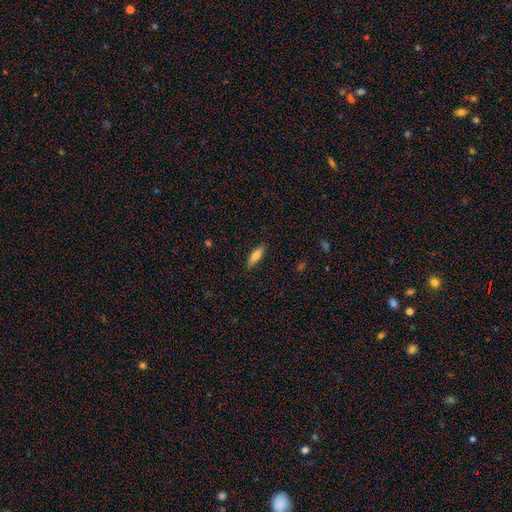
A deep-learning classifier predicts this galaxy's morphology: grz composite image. It shows a smooth galaxy with no disk features (70%) that is cigar-shaped (54%). Merging: none (89%).